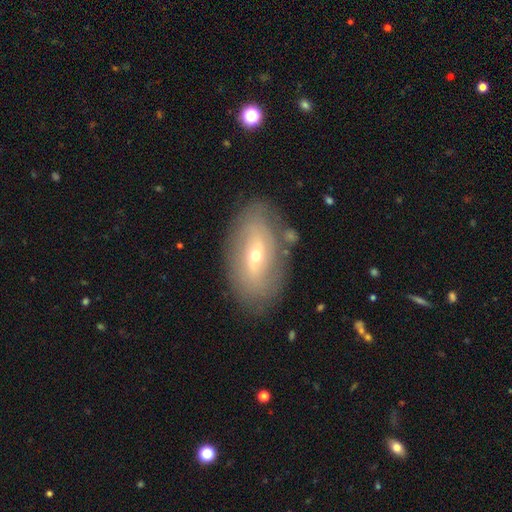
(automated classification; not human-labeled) Smooth or featured?
  - featured or disk: 57% *
  - smooth: 34%
  - star or artifact: 9%
Edge-on disk?
  - no: 86% *
  - yes: 14%
Merging?
  - none: 81% *
  - minor disturbance: 13%
  - major disturbance: 4%
  - merger: 2%